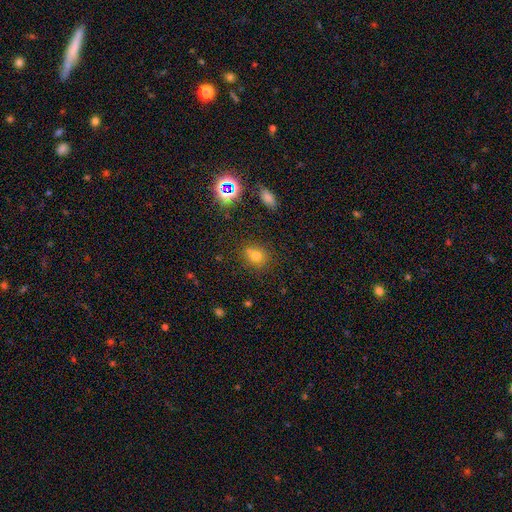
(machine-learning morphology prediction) Smooth or featured: smooth — 69% (star or artifact — 21%)
How rounded: round — 71% (in between — 28%)
Merging: none — 67% (merger — 16%)